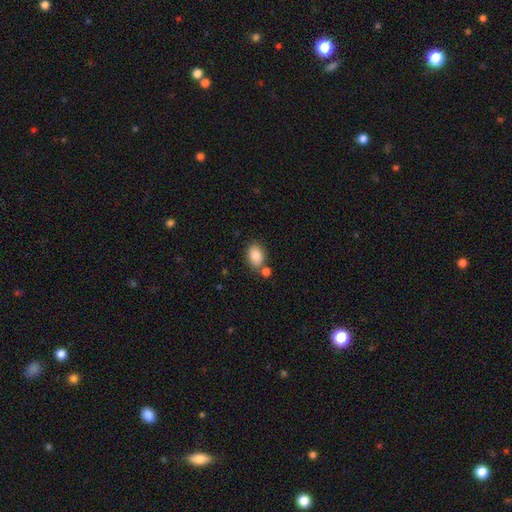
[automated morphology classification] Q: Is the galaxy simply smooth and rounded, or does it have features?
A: smooth — 86%.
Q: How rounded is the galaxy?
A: in between — 77%.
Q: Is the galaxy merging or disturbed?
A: none — 68%.